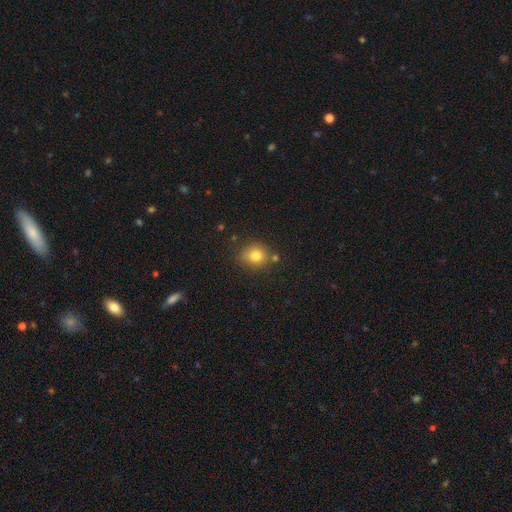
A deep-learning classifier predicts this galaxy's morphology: Smooth or featured? Predicted: smooth (p=0.79). How rounded? Predicted: round (p=0.77). Merging? Predicted: none (p=0.78).